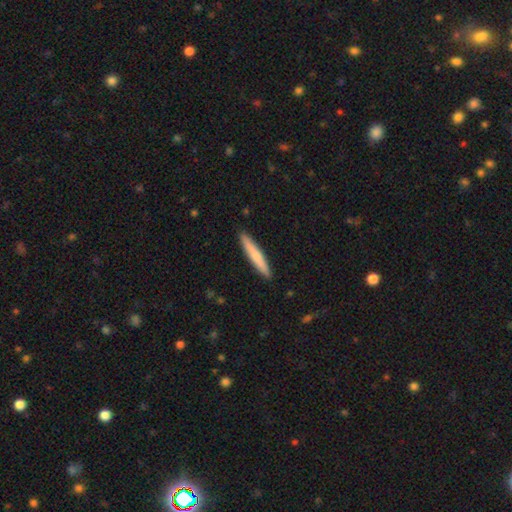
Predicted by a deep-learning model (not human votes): This is likely a smooth galaxy (70%). How rounded: clearly cigar-shaped (95%). Merging: clearly none (91%).